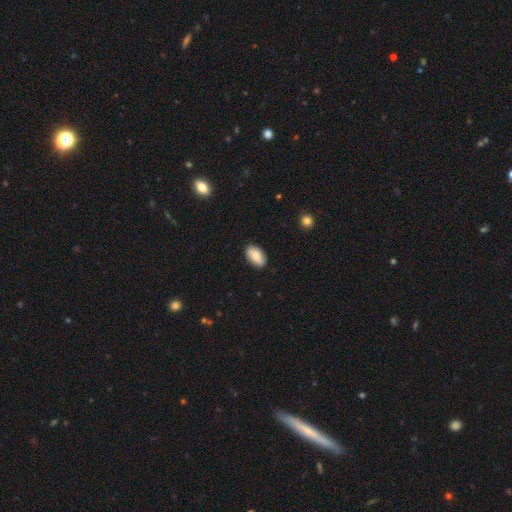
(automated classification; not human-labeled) smooth 72%, featured or disk 21%, star or artifact 7%. Down the decision tree: how rounded — in between (93%); merging — none (84%).